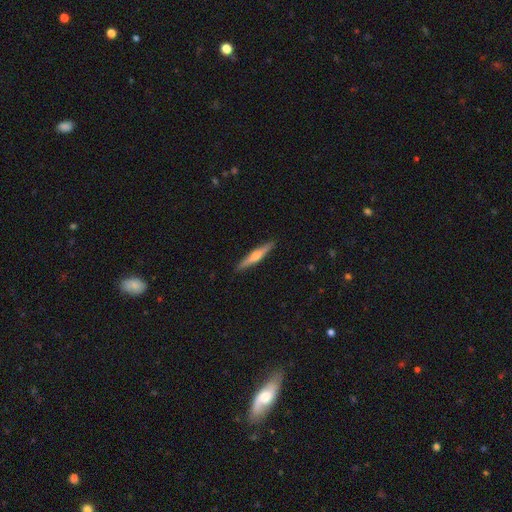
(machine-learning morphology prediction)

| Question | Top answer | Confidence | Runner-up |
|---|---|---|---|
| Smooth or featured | featured or disk | 60% | smooth (34%) |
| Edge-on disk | yes | 97% | no (3%) |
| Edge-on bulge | rounded | 85% | none (9%) |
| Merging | none | 92% | minor disturbance (6%) |